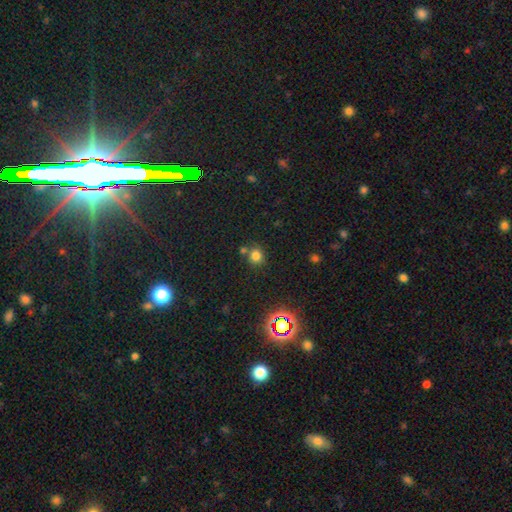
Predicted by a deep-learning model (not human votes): Overall: smooth (76%). How rounded: round (85%). Merging: none (66%).